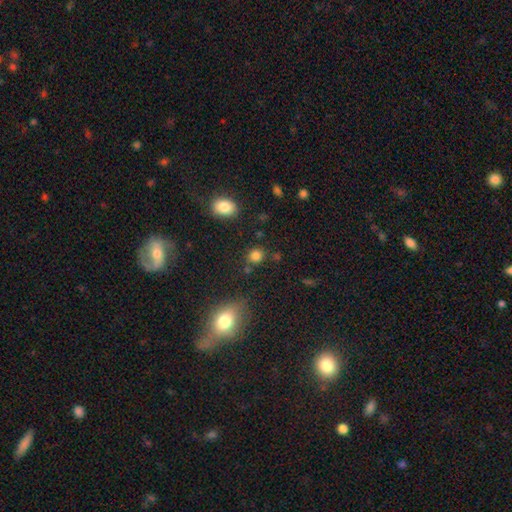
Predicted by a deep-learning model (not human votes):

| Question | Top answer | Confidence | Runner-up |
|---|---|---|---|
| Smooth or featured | smooth | 81% | star or artifact (14%) |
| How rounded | round | 76% | in between (23%) |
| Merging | none | 78% | minor disturbance (11%) |